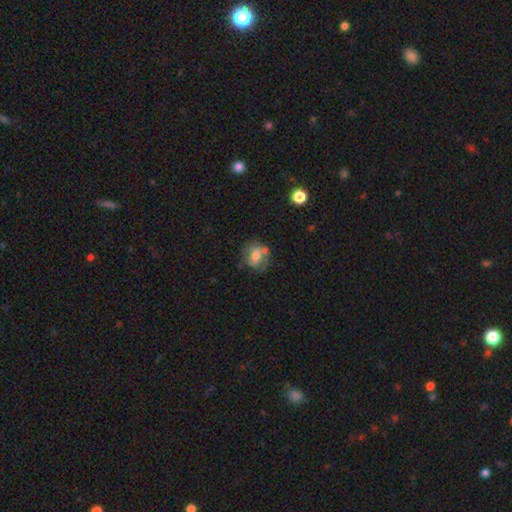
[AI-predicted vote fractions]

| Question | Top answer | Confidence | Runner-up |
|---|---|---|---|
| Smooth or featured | smooth | 57% | featured or disk (33%) |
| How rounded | round | 51% | in between (48%) |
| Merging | none | 49% | minor disturbance (23%) |